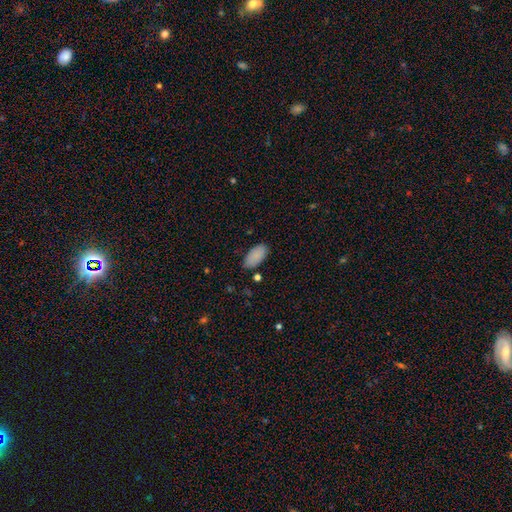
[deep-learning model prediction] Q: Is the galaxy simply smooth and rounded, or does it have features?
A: smooth — 87%.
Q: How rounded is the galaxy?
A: in between — 94%.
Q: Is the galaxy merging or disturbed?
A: none — 79%.